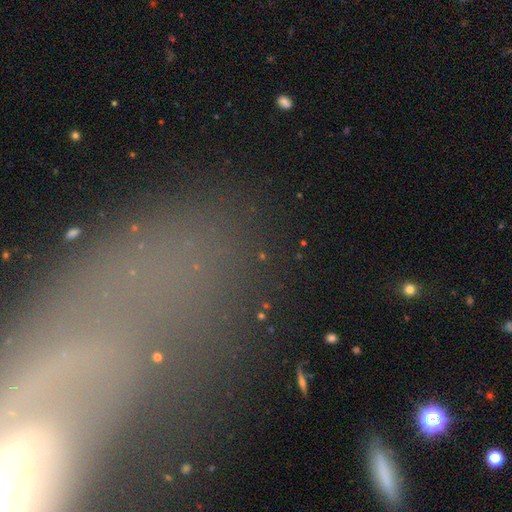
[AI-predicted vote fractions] smooth-or-featured: star or artifact: 64% | smooth: 21% | featured or disk: 15%